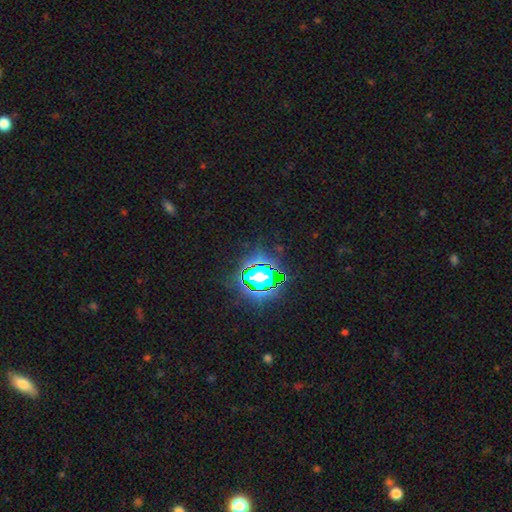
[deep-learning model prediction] Overall: star or artifact (79%).